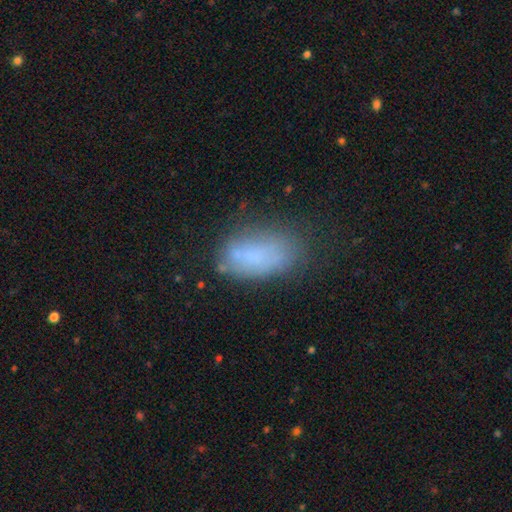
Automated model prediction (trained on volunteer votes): smooth-or-featured: smooth: 66% | featured or disk: 22% | star or artifact: 12%
  how-rounded: in between: 91% | round: 5% | cigar-shaped: 4%
  merging: none: 50% | minor disturbance: 28% | major disturbance: 15% | merger: 7%